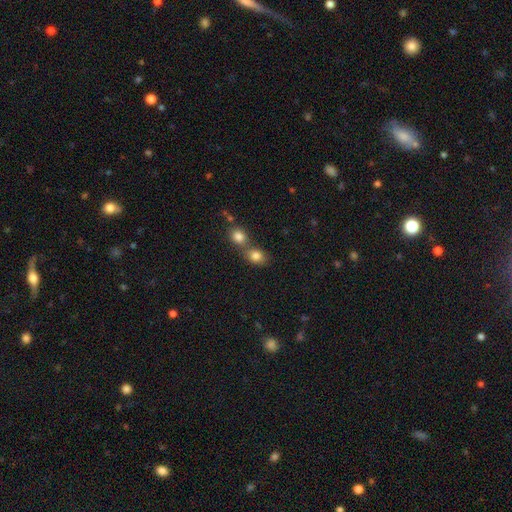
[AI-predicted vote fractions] Morphology: type=smooth (82%); roundness=round (54%); merging=merger (50%).